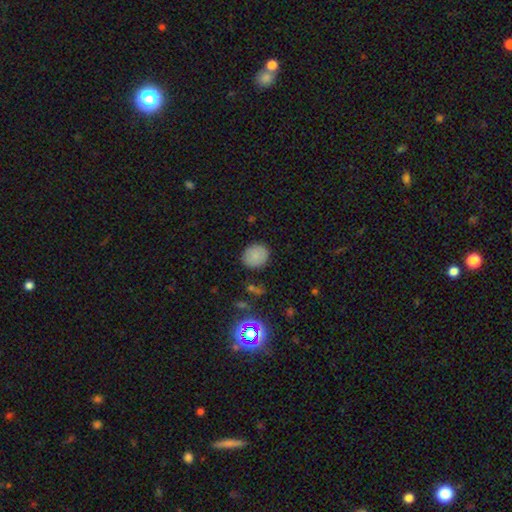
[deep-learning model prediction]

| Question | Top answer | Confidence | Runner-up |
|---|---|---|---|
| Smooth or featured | smooth | 80% | star or artifact (12%) |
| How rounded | round | 77% | in between (22%) |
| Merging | none | 86% | minor disturbance (10%) |